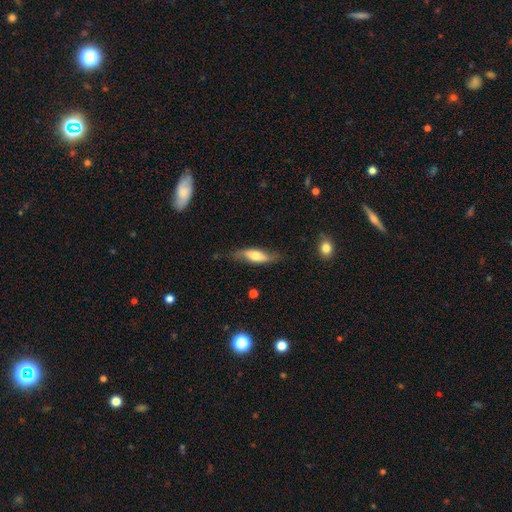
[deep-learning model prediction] Overall: smooth (51%; featured or disk 43%). How rounded: in between (51%; cigar-shaped 46%). Merging: none (69%).